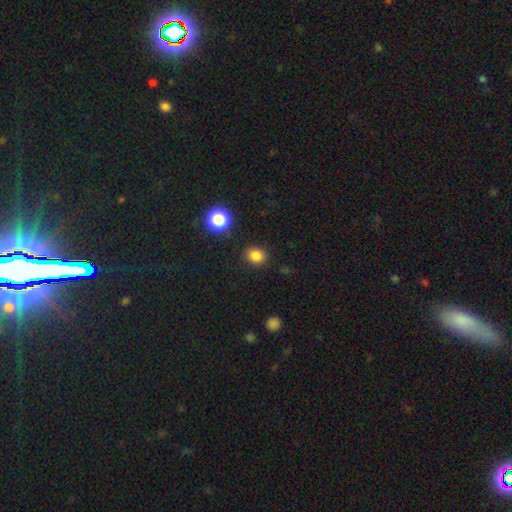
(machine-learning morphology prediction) Smooth or featured?
  - smooth: 83% *
  - star or artifact: 13%
  - featured or disk: 4%
How rounded?
  - round: 77% *
  - in between: 22%
  - cigar-shaped: 1%
Merging?
  - none: 88% *
  - minor disturbance: 7%
  - major disturbance: 3%
  - merger: 2%